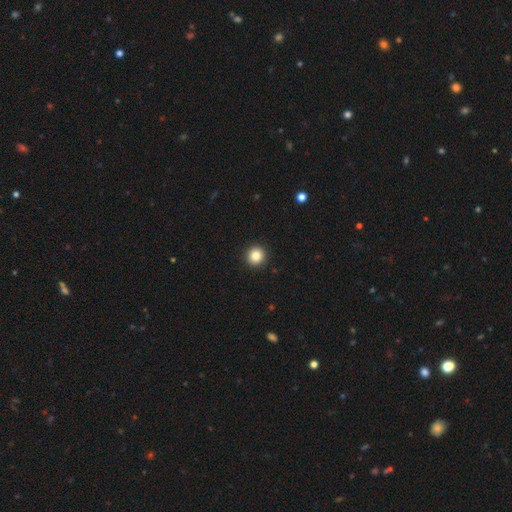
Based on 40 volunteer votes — Smooth or featured: smooth — 90% (featured or disk — 5%)
How rounded: round — 97% (in between — 3%)
Merging: none — 97% (minor disturbance — 3%)